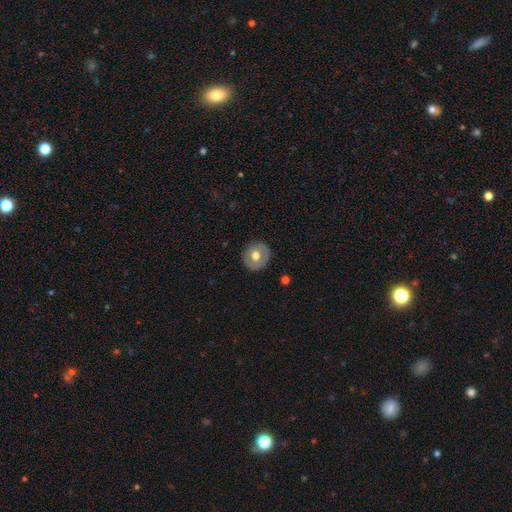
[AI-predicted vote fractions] The model was most divided on "smooth or featured": smooth: 57%, featured or disk: 36%, star or artifact: 7%. More confident: how rounded — round (86%); merging — none (85%).